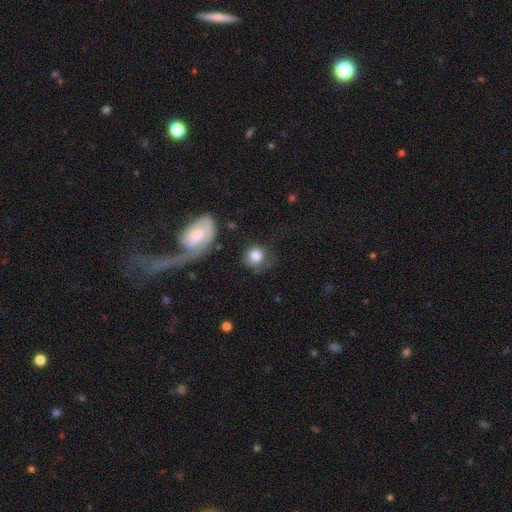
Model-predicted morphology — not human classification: Smooth or featured: smooth — 77% (featured or disk — 15%)
How rounded: round — 84% (in between — 15%)
Merging: none — 66% (minor disturbance — 20%)